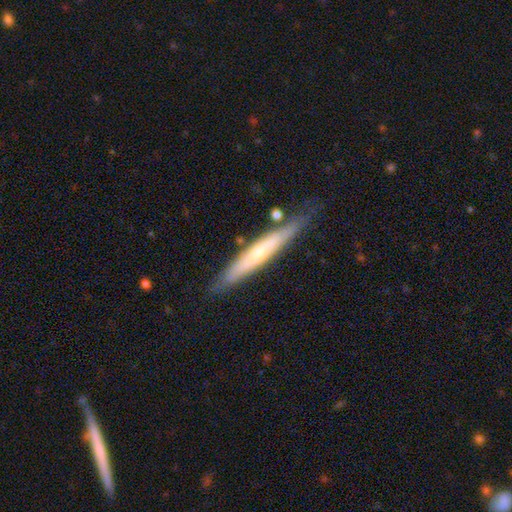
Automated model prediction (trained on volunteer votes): Overall: featured or disk (55%; smooth 39%). Edge-on disk: yes (89%). Merging: none (81%).